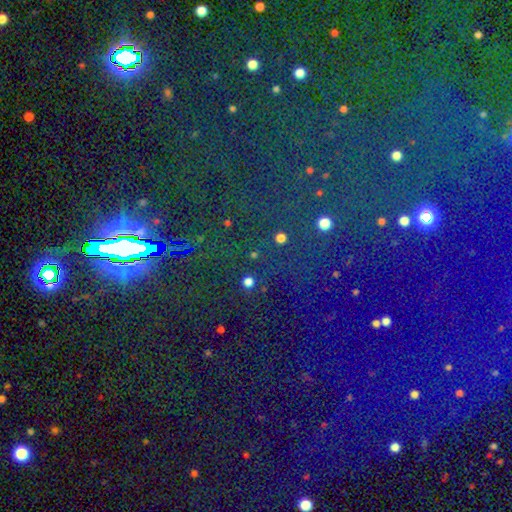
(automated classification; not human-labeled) A star or artifact, not a galaxy (81%).

Vote fractions:
- Smooth or featured? star or artifact: 81% / smooth: 11% / featured or disk: 8%